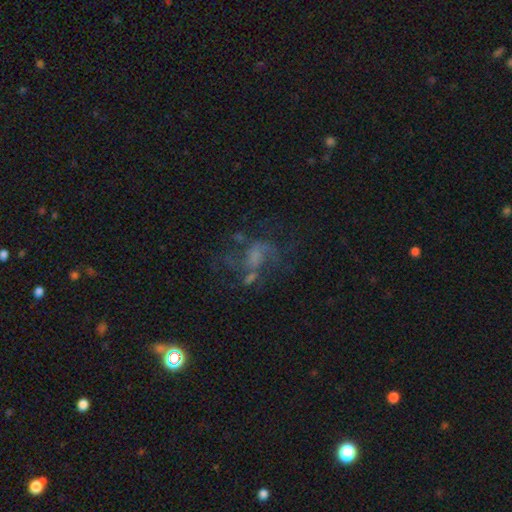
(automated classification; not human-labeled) The model was most divided on "merging": none: 39%, major disturbance: 36%, minor disturbance: 15%, merger: 10%. Remaining: edge-on disk — no (97%); bar — no (67%); smooth or featured — featured or disk (57%); spiral arms — yes (52%); bulge size — none (49%).